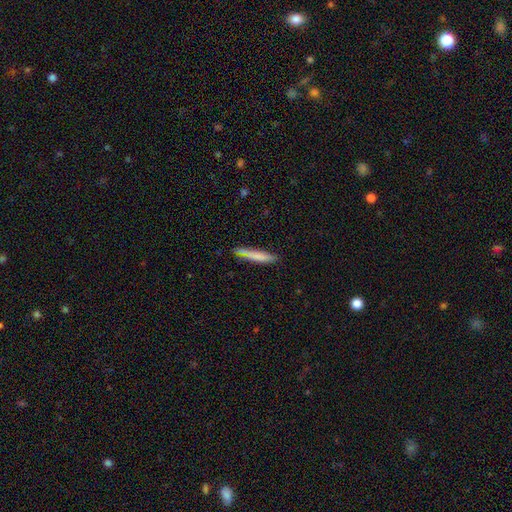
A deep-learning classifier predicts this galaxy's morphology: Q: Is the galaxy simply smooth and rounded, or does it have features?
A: smooth — 74%.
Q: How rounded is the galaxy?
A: cigar-shaped — 92%.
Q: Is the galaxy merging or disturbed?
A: none — 78%.